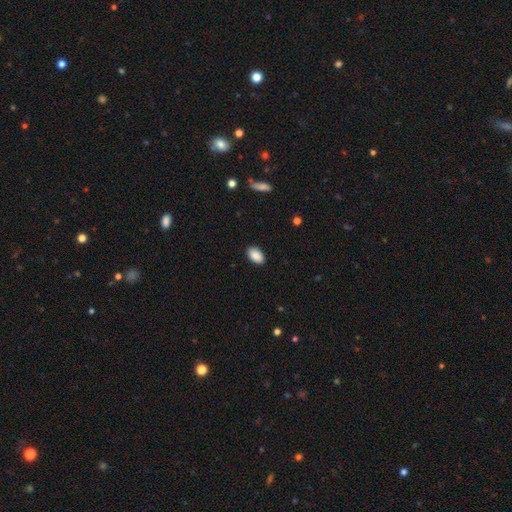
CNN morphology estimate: smooth 89%, star or artifact 7%, featured or disk 4%. Down the decision tree: how rounded — in between (93%); merging — none (89%).